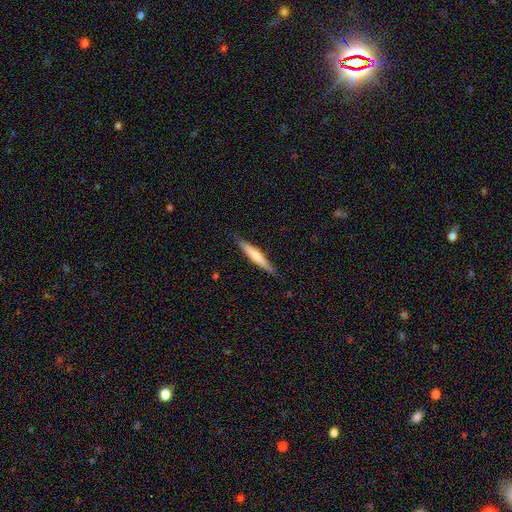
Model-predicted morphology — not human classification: This is possibly a smooth galaxy (50%). Merging: clearly none (87%).